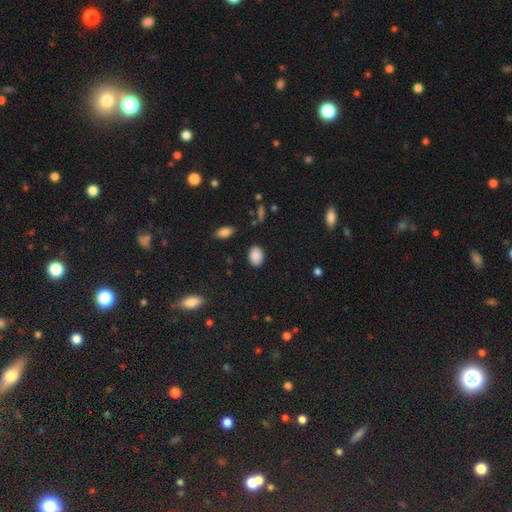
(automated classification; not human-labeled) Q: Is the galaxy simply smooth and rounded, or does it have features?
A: smooth — 88%.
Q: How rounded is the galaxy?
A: in between — 75%.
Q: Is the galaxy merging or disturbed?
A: none — 86%.